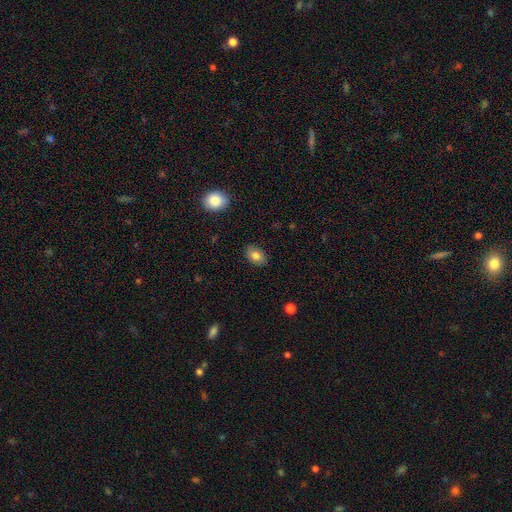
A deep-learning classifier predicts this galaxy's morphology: Overall: smooth (81%). How rounded: in between (80%). Merging: none (87%).